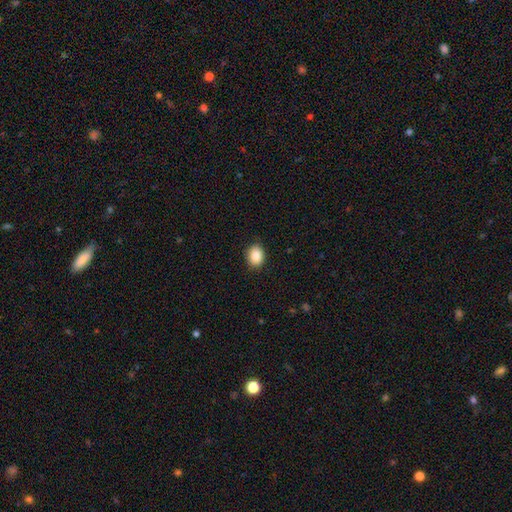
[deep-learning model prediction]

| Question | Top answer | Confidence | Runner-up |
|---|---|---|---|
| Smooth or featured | smooth | 87% | star or artifact (8%) |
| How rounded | in between | 54% | round (45%) |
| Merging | none | 88% | minor disturbance (9%) |